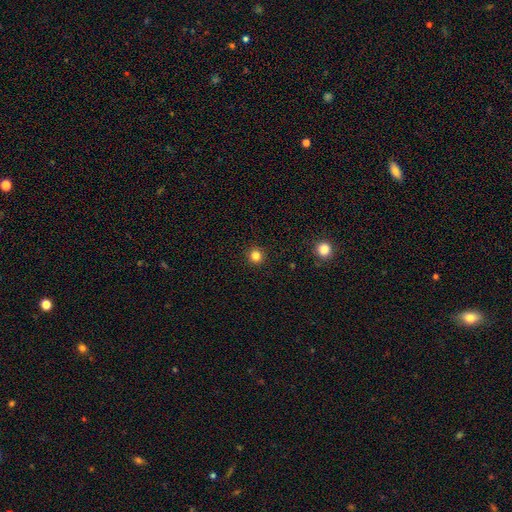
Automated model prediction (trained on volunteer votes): This is clearly a smooth galaxy (82%). How rounded: clearly round (95%). Merging: clearly none (92%).